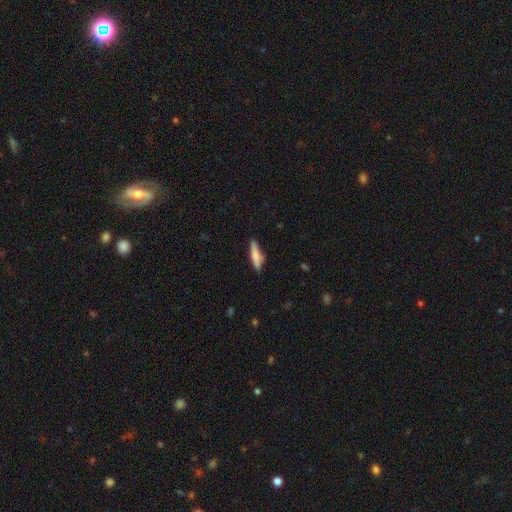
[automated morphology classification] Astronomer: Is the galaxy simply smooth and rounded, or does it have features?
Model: smooth — 70%.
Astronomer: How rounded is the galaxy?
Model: cigar-shaped — 76%.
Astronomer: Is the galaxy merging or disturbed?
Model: none — 78%.